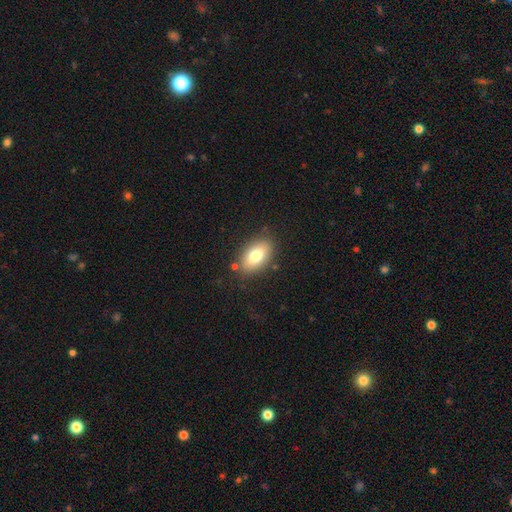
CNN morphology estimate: Smooth or featured? Predicted: smooth (p=0.75). How rounded? Predicted: in between (p=0.90). Merging? Predicted: none (p=0.82).